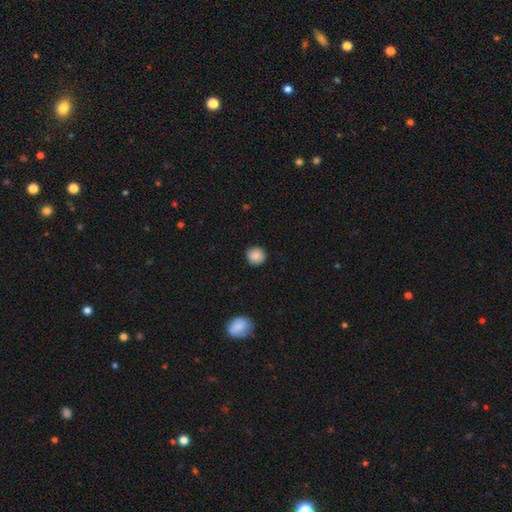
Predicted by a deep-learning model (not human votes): smooth 88%, star or artifact 8%, featured or disk 4%. Down the decision tree: how rounded — round (93%); merging — none (91%).